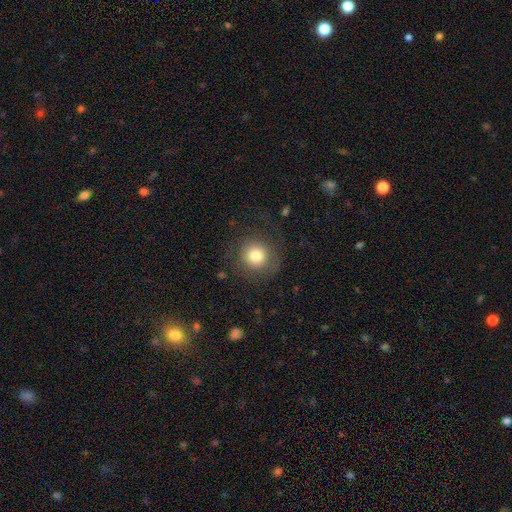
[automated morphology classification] A smooth galaxy with no disk features (75%) that is round (93%). Merging: none (77%).